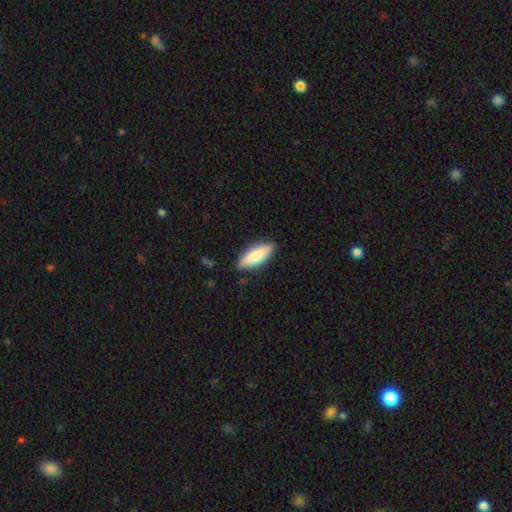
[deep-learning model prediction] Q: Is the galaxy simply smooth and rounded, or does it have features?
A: smooth — 79%.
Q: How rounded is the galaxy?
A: in between — 59%.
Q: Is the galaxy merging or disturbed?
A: none — 85%.